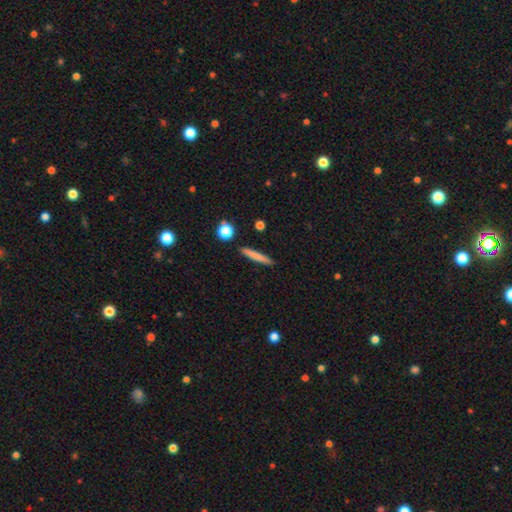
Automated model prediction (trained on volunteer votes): A smooth galaxy with no disk features (75%) that is cigar-shaped (93%). Merging: none (89%).